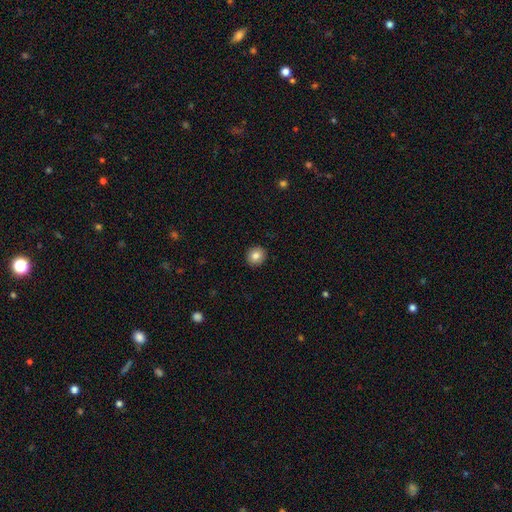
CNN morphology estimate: Q: Smooth or featured?
A: smooth (83%); runner-up: star or artifact (9%)
Q: How rounded?
A: round (91%); runner-up: in between (8%)
Q: Merging?
A: none (92%); runner-up: minor disturbance (5%)